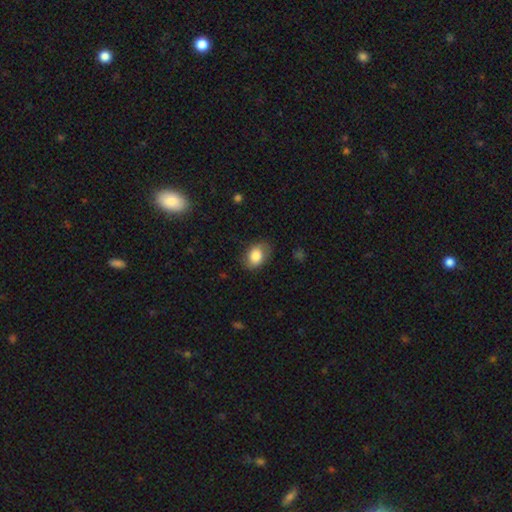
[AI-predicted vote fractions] Smooth or featured? smooth (78%)
How rounded? in between (77%)
Merging? none (76%)